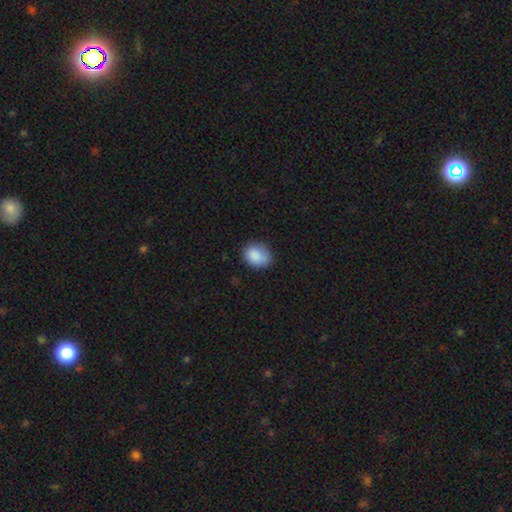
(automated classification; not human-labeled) smooth-or-featured: smooth: 87% | star or artifact: 8% | featured or disk: 5%
  how-rounded: in between: 54% | round: 45% | cigar-shaped: 1%
  merging: none: 72% | minor disturbance: 22% | major disturbance: 5% | merger: 1%